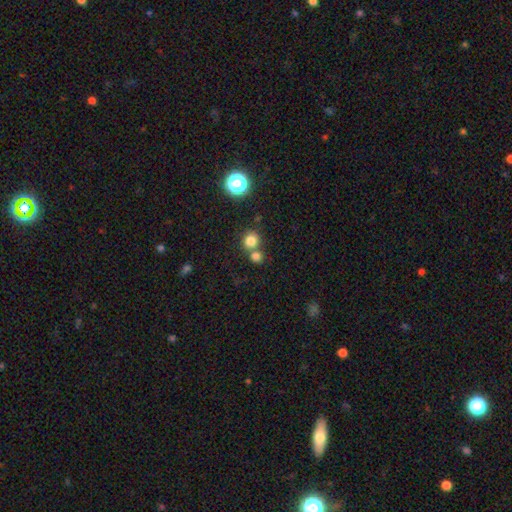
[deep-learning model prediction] This is likely a smooth galaxy (79%). How rounded: clearly round (87%). Merging: possibly none (56%).